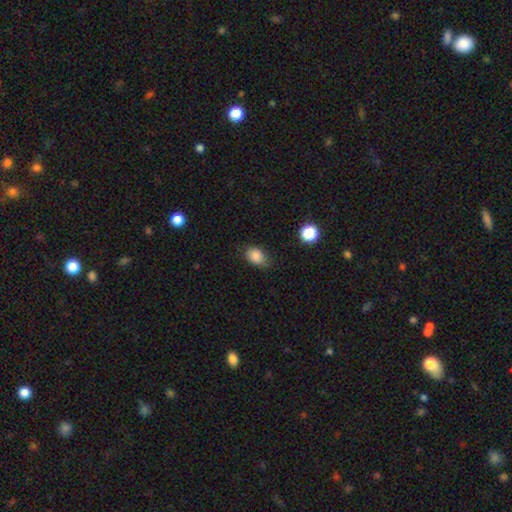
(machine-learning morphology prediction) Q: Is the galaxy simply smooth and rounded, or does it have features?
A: smooth — 84%.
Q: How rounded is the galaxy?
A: in between — 71%.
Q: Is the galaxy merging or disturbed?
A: none — 71%.